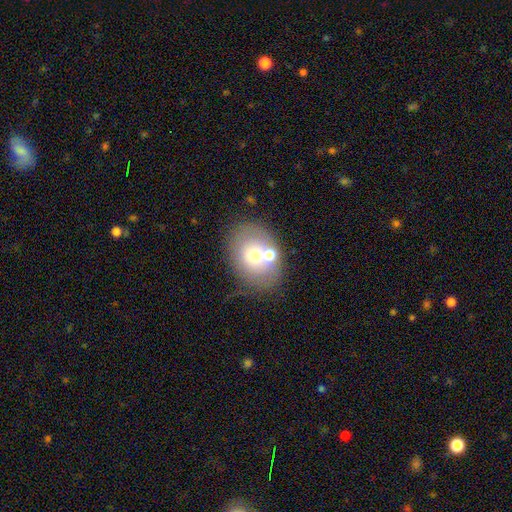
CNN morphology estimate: Smooth or featured?
  - smooth: 63% *
  - featured or disk: 26%
  - star or artifact: 12%
How rounded?
  - in between: 55% *
  - round: 44%
  - cigar-shaped: 1%
Merging?
  - none: 59% *
  - merger: 18%
  - minor disturbance: 16%
  - major disturbance: 7%